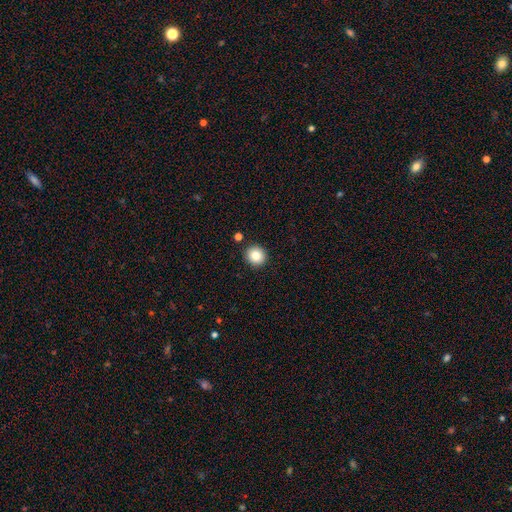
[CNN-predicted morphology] Smooth or featured: smooth — 84% (star or artifact — 10%)
How rounded: round — 88% (in between — 11%)
Merging: none — 90% (minor disturbance — 6%)